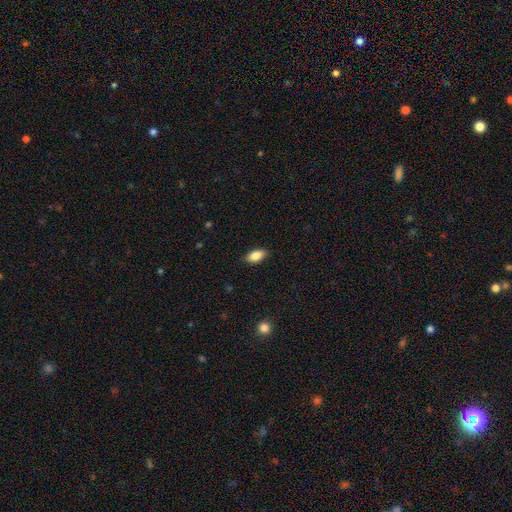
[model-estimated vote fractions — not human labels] Smooth or featured? Predicted: smooth (p=0.83). How rounded? Predicted: in between (p=0.90). Merging? Predicted: none (p=0.86).